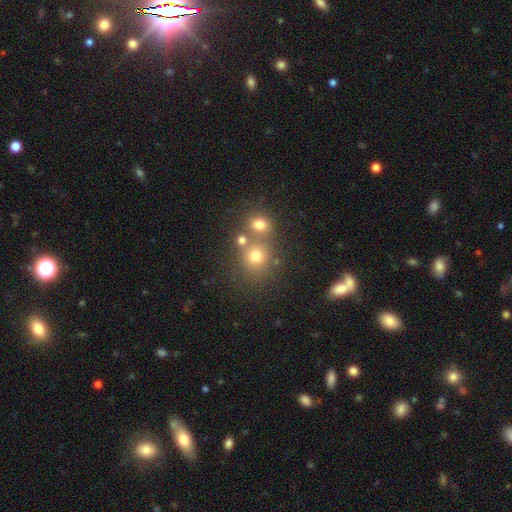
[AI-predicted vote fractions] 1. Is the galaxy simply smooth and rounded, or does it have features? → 69% smooth, 19% star or artifact, 12% featured or disk.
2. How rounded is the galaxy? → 82% round, 17% in between, 1% cigar-shaped.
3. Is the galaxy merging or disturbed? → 54% none, 34% merger, 8% minor disturbance, 4% major disturbance.